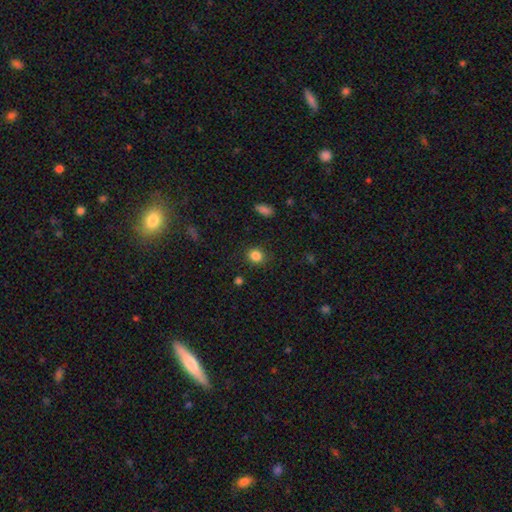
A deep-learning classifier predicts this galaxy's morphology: Q: Smooth or featured?
A: smooth (85%); runner-up: star or artifact (11%)
Q: How rounded?
A: round (78%); runner-up: in between (21%)
Q: Merging?
A: none (86%); runner-up: minor disturbance (10%)